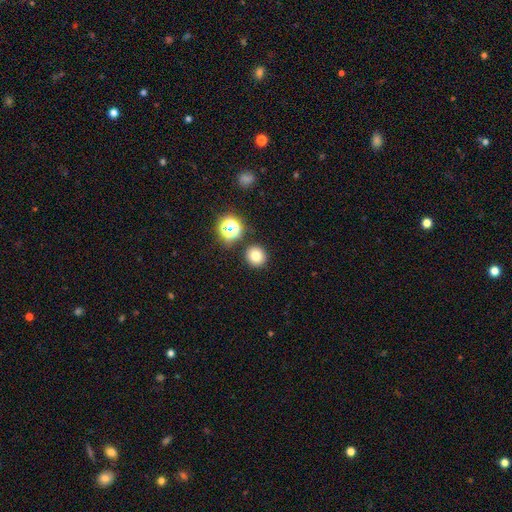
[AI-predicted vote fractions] Morphology: type=smooth (74%); roundness=round (91%); merging=none (87%).